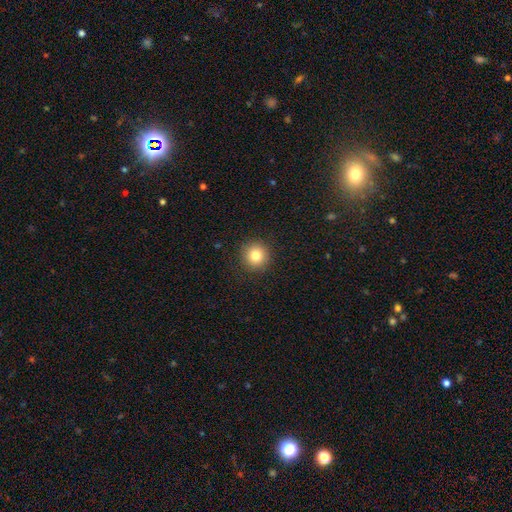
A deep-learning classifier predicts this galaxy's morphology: smooth 81%, star or artifact 11%, featured or disk 8%. Down the decision tree: how rounded — round (94%); merging — none (91%).